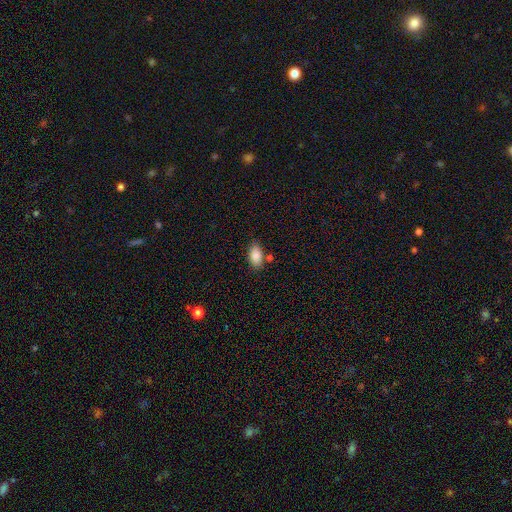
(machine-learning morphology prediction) Smooth or featured: smooth — 87% (star or artifact — 7%)
How rounded: in between — 92% (round — 5%)
Merging: none — 75% (minor disturbance — 14%)